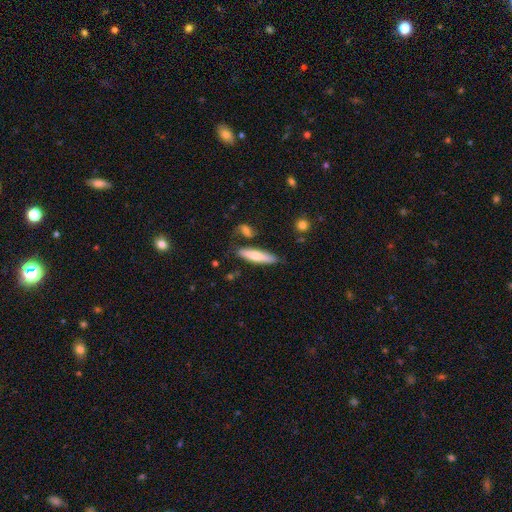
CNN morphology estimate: This is likely a smooth galaxy (65%). How rounded: likely cigar-shaped (75%). Merging: likely none (72%).